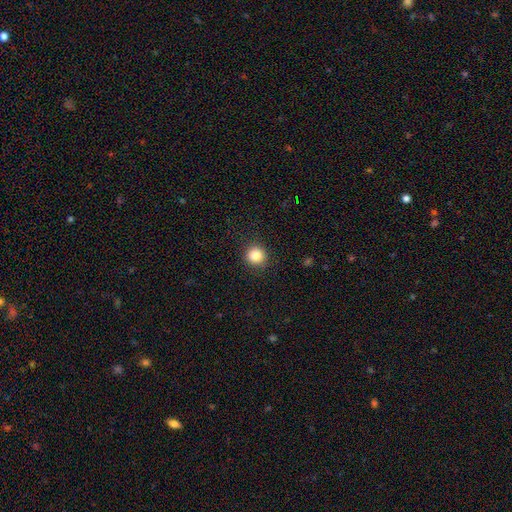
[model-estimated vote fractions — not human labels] A smooth galaxy with no disk features (84%) that is round (93%).

Vote fractions:
- Smooth or featured? smooth: 84% / star or artifact: 11% / featured or disk: 5%
- How rounded? round: 93% / in between: 6% / cigar-shaped: 1%
- Merging? none: 91% / minor disturbance: 6% / major disturbance: 2% / merger: 1%